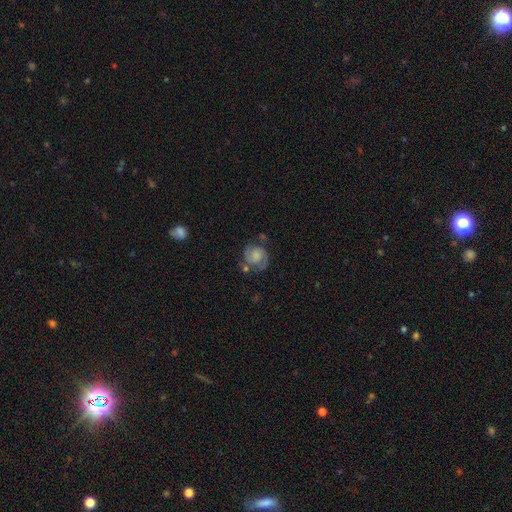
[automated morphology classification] Smooth or featured? featured or disk (72%)
Edge-on disk? no (98%)
Bar? no (65%)
Spiral arms? yes (95%)
Spiral winding? tight (44%, tied with medium)
Spiral arm count? 2 (88%)
Bulge size? none (29%)
Merging? none (67%)